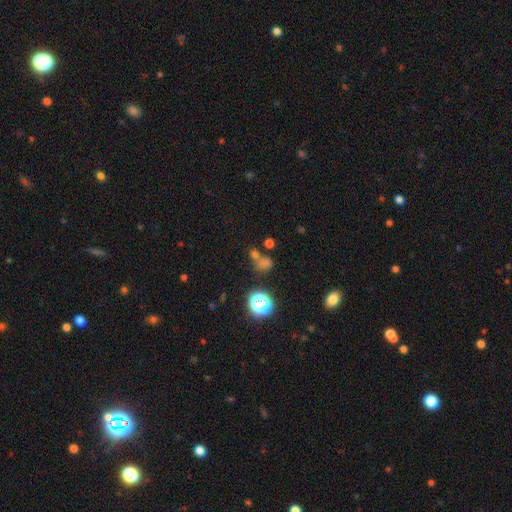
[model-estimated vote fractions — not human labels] Smooth or featured? Predicted: smooth (p=0.51). How rounded? Predicted: round (p=0.69). Merging? Predicted: none (p=0.55).